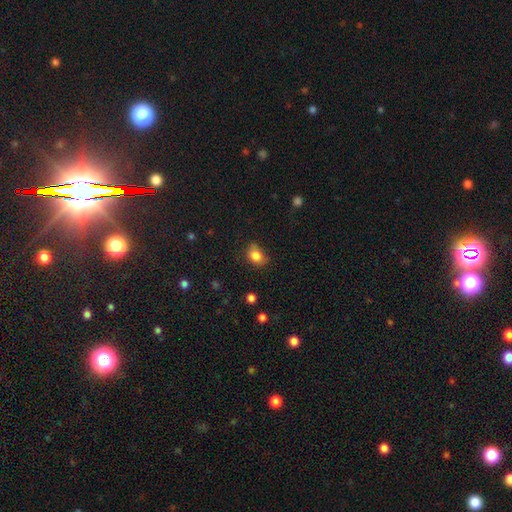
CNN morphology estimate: Smooth or featured? Predicted: smooth (p=0.83). How rounded? Predicted: in between (p=0.55). Merging? Predicted: none (p=0.61).